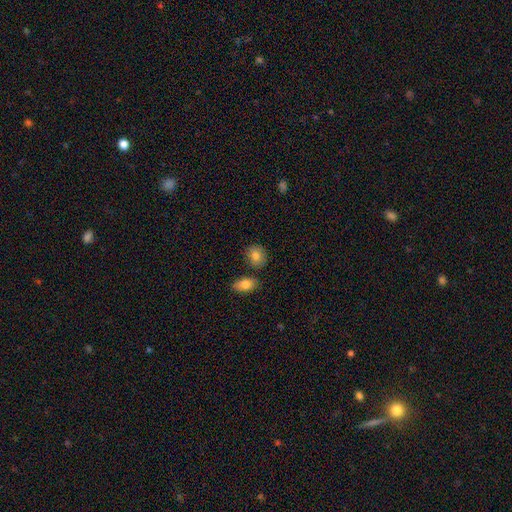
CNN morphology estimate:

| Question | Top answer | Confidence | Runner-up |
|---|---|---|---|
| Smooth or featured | smooth | 84% | star or artifact (8%) |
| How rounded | round | 54% | in between (45%) |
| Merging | none | 76% | minor disturbance (12%) |